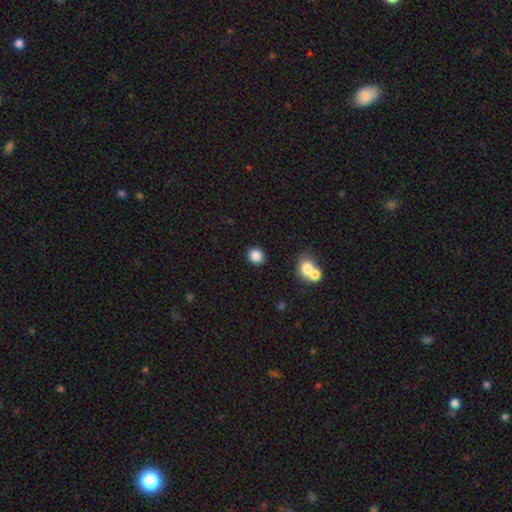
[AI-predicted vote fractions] smooth 86%, star or artifact 10%, featured or disk 4%. Down the decision tree: how rounded — round (83%); merging — none (87%).